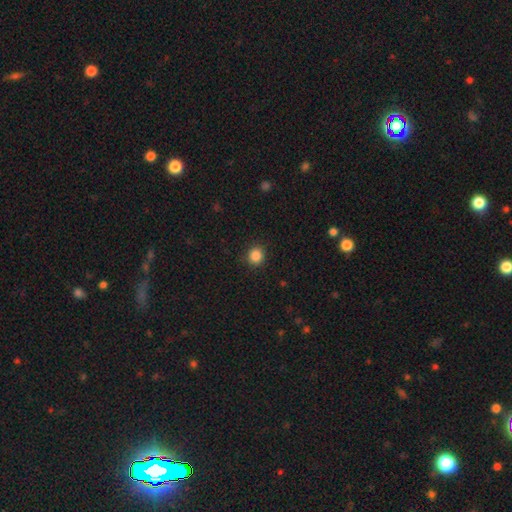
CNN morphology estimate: Smooth or featured?
  - smooth: 86% *
  - star or artifact: 11%
  - featured or disk: 3%
How rounded?
  - round: 89% *
  - in between: 10%
  - cigar-shaped: 1%
Merging?
  - none: 90% *
  - minor disturbance: 7%
  - major disturbance: 2%
  - merger: 1%